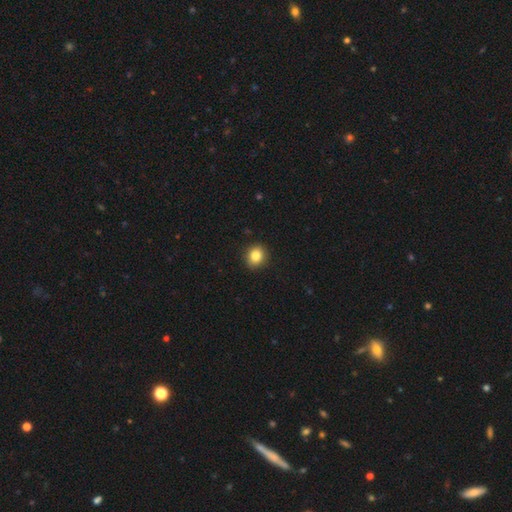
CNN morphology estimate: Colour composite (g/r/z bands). It shows a smooth galaxy with no disk features (84%) that is round (75%). Merging: none (91%).